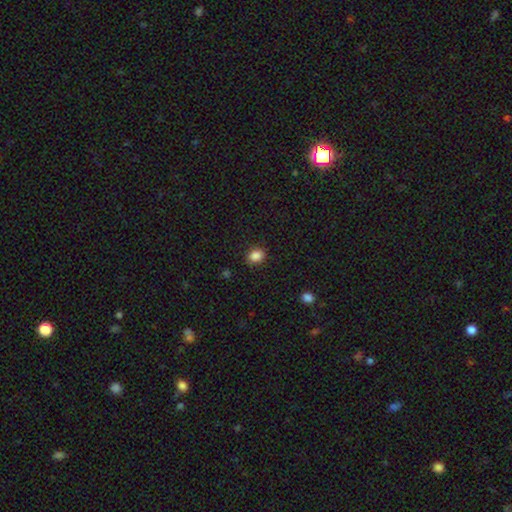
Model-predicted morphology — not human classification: A smooth galaxy with no disk features (87%) that is in between round and cigar-shaped (56%).

Vote fractions:
- Smooth or featured? smooth: 87% / star or artifact: 10% / featured or disk: 3%
- How rounded? in between: 56% / round: 43% / cigar-shaped: 1%
- Merging? none: 87% / minor disturbance: 10% / major disturbance: 2% / merger: 1%